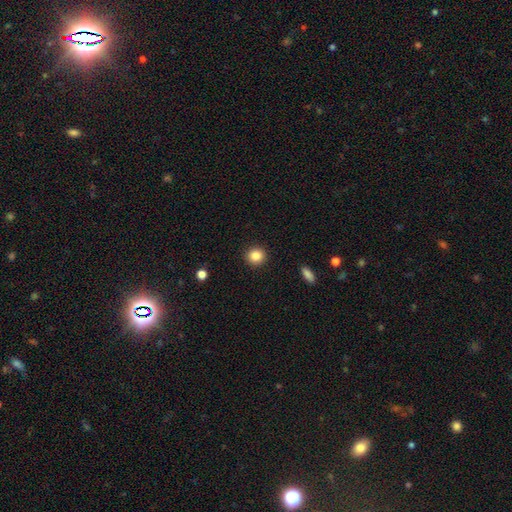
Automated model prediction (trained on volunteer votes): Smooth or featured: smooth — 86% (star or artifact — 10%)
How rounded: round — 90% (in between — 9%)
Merging: none — 92% (minor disturbance — 5%)